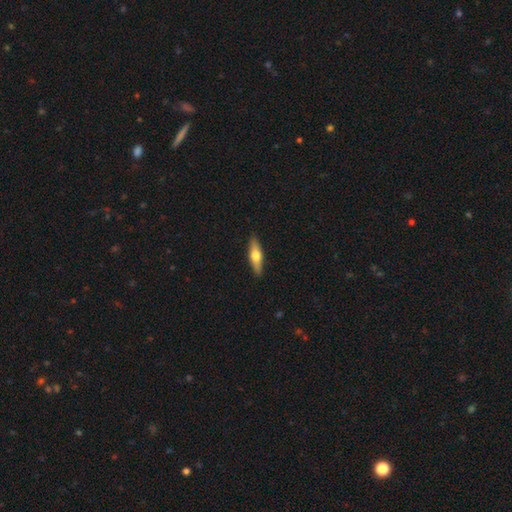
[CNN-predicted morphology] type=smooth (53%); roundness=cigar-shaped (62%); merging=none (90%).